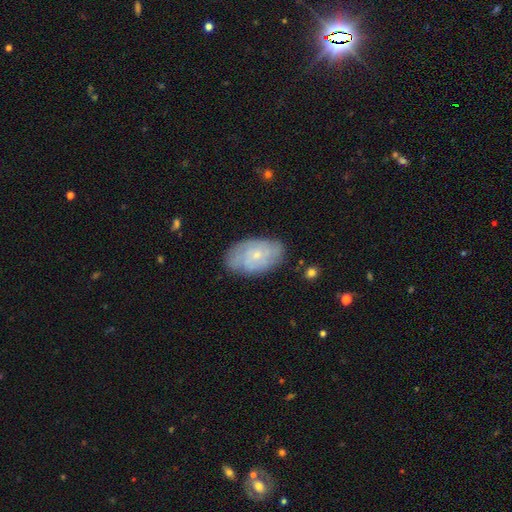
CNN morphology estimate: Smooth or featured? Predicted: featured or disk (p=0.59). Edge-on disk? Predicted: no (p=0.94). Bar? Predicted: no (p=0.79). Spiral arms? Predicted: yes (p=0.78). Bulge size? Predicted: small (p=0.79). Merging? Predicted: none (p=0.76).